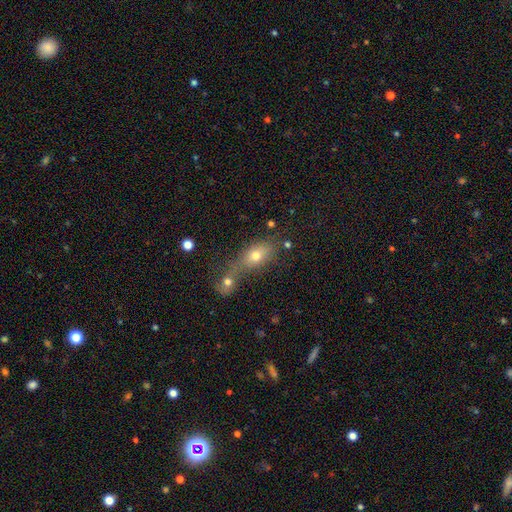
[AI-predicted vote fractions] Smooth or featured: smooth — 71% (featured or disk — 16%)
How rounded: in between — 71% (round — 25%)
Merging: merger — 56% (none — 30%)